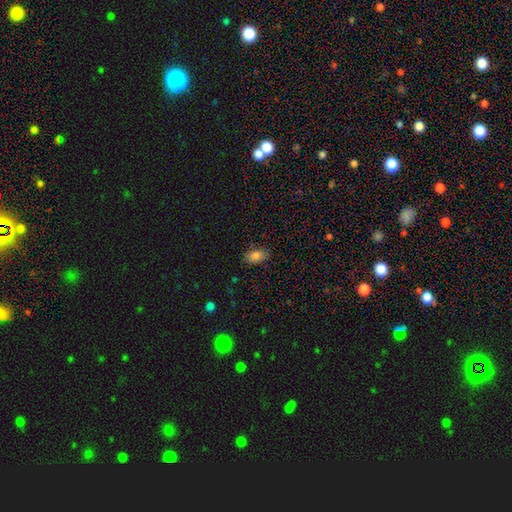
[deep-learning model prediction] Smooth or featured: smooth — 83% (star or artifact — 10%)
How rounded: in between — 89% (round — 9%)
Merging: none — 83% (minor disturbance — 13%)